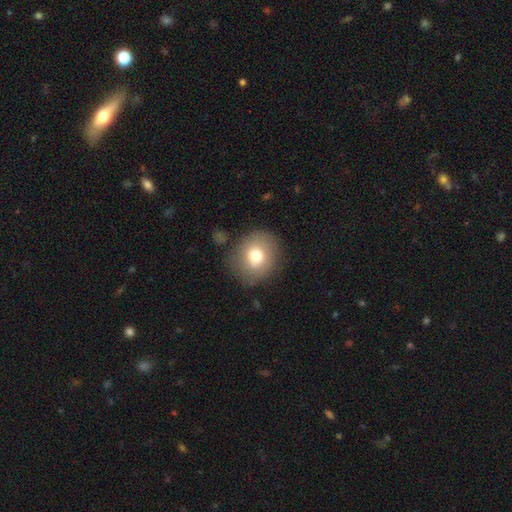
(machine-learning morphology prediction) Overall: smooth (74%). How rounded: round (73%). Merging: none (76%).